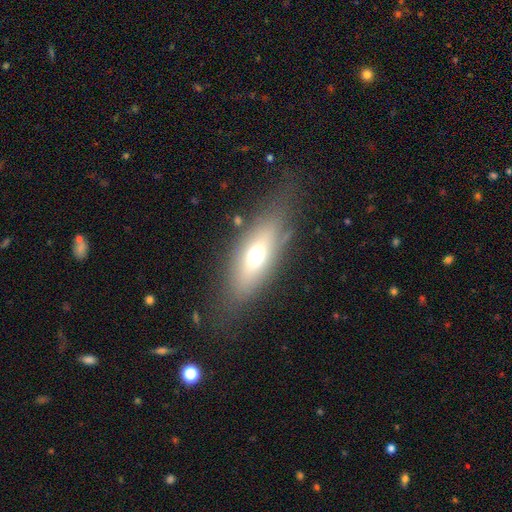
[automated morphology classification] Smooth or featured? smooth (55%)
How rounded? in between (66%)
Merging? none (70%)